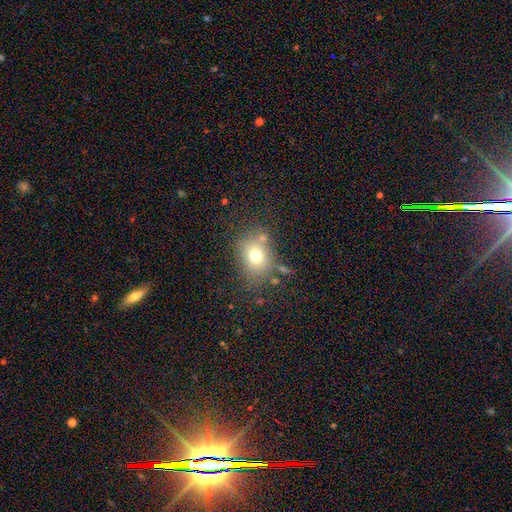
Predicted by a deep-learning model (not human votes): Morphology: type=smooth (71%); roundness=round (54%); merging=none (68%).